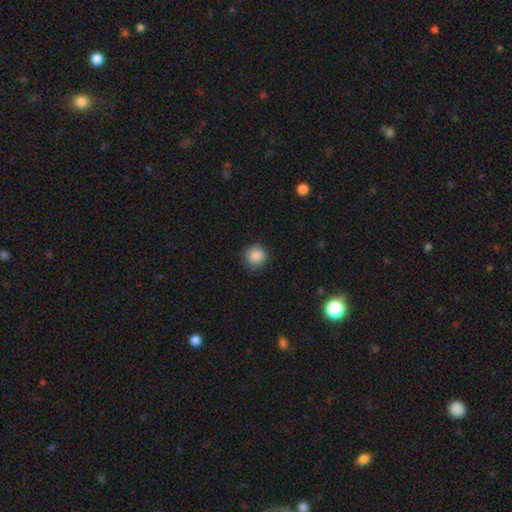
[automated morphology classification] Smooth or featured?
  - smooth: 88% *
  - star or artifact: 9%
  - featured or disk: 3%
How rounded?
  - round: 92% *
  - in between: 7%
  - cigar-shaped: 1%
Merging?
  - none: 88% *
  - minor disturbance: 9%
  - major disturbance: 2%
  - merger: 1%